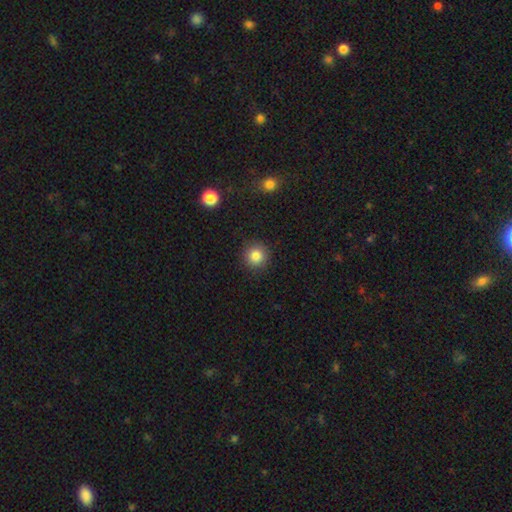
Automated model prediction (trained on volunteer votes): smooth 83%, star or artifact 11%, featured or disk 6%. Down the decision tree: how rounded — round (93%); merging — none (90%).